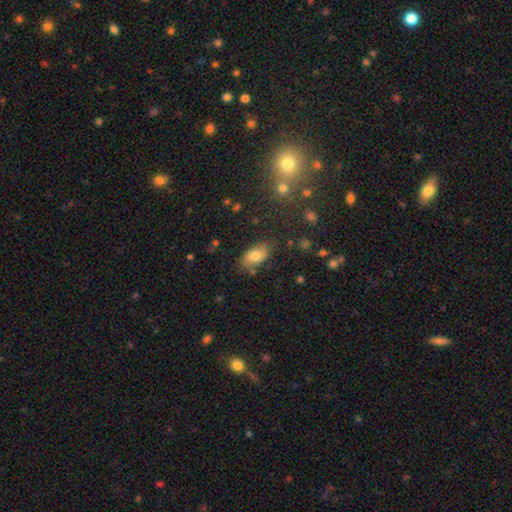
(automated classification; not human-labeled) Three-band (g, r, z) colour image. It shows a smooth galaxy with no disk features (71%) that is in between round and cigar-shaped (91%). Merging: none (74%).